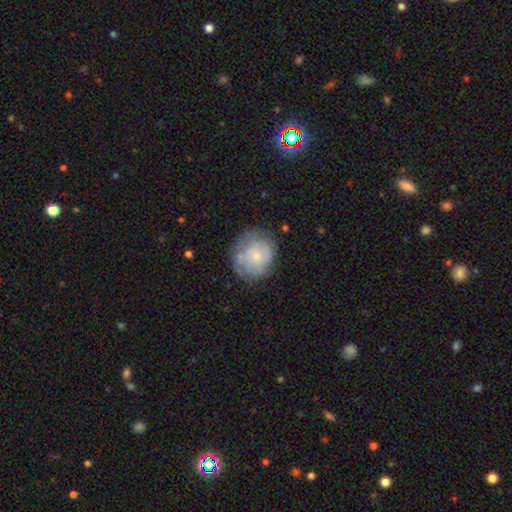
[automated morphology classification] Smooth or featured: smooth — 48% (featured or disk — 44%)
Merging: none — 60% (minor disturbance — 25%)